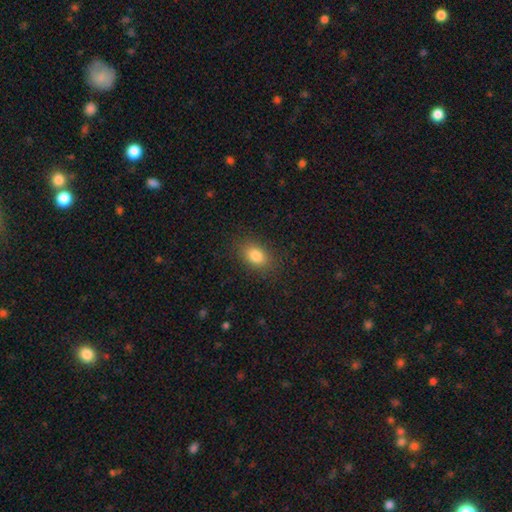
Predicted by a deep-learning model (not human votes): A smooth galaxy with no disk features (83%) that is in between round and cigar-shaped (80%).

Vote fractions:
- Smooth or featured? smooth: 83% / star or artifact: 10% / featured or disk: 7%
- How rounded? in between: 80% / round: 19% / cigar-shaped: 2%
- Merging? none: 86% / minor disturbance: 10% / major disturbance: 3% / merger: 1%